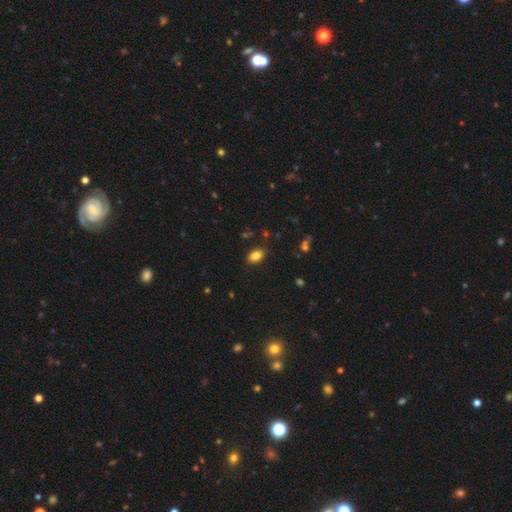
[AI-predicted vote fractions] smooth 85%, star or artifact 10%, featured or disk 6%. Down the decision tree: how rounded — in between (87%); merging — none (85%).